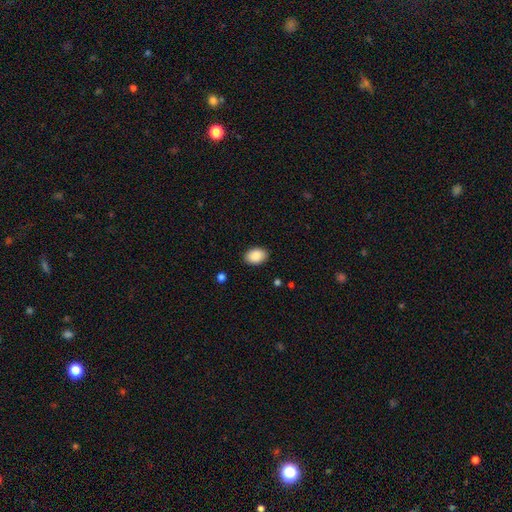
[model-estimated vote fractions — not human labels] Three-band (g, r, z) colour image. It shows a smooth galaxy with no disk features (88%) that is in between round and cigar-shaped (84%). Merging: none (88%).